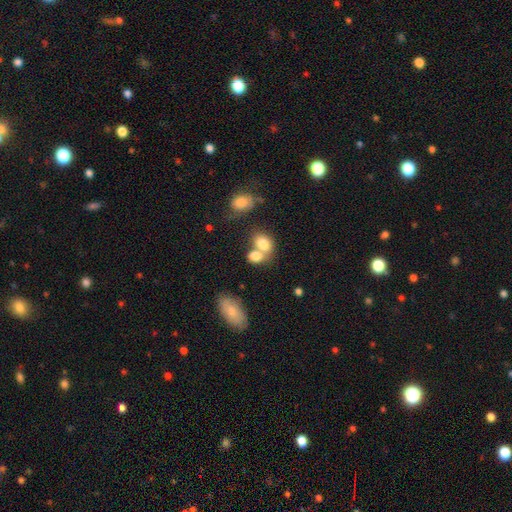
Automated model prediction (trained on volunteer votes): Smooth or featured?
  - smooth: 78% *
  - featured or disk: 12%
  - star or artifact: 9%
How rounded?
  - in between: 63% *
  - round: 36%
  - cigar-shaped: 1%
Merging?
  - merger: 58% *
  - none: 29%
  - minor disturbance: 9%
  - major disturbance: 4%